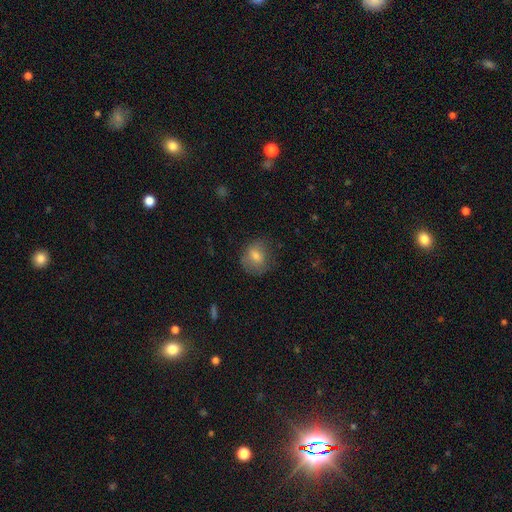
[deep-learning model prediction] The model was most divided on "how rounded": round: 70%, in between: 28%, cigar-shaped: 1%. More confident: smooth or featured — smooth (70%); merging — none (70%).